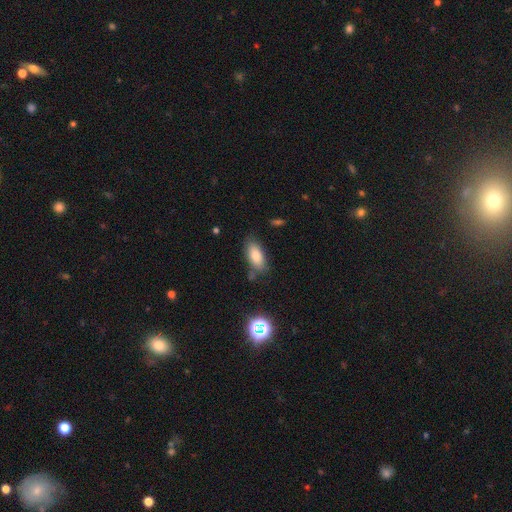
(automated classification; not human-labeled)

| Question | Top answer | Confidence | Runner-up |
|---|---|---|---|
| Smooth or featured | smooth | 81% | featured or disk (11%) |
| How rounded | in between | 87% | cigar-shaped (10%) |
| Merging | none | 75% | minor disturbance (16%) |